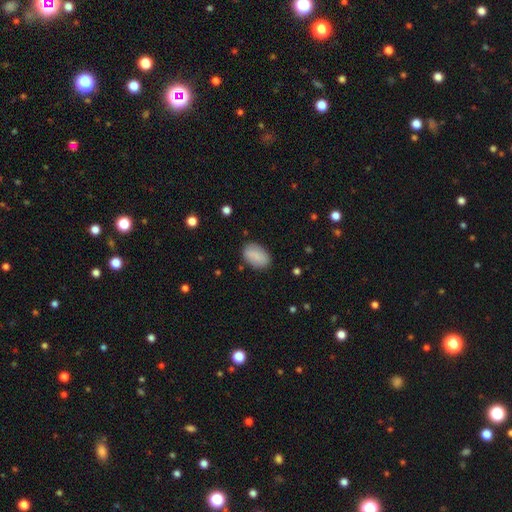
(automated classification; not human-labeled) The model was most divided on "merging": none: 83%, minor disturbance: 12%, major disturbance: 3%, merger: 2%. More confident: how rounded — in between (92%); smooth or featured — smooth (86%).